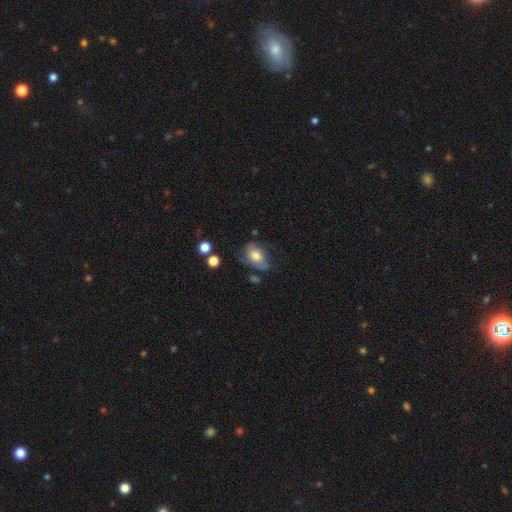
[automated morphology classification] A smooth galaxy with no disk features (57%) that is in between round and cigar-shaped (80%). Merging: none (46%).